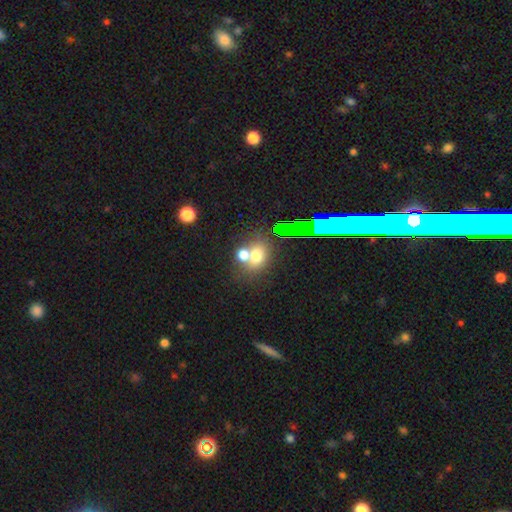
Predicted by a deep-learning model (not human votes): This appears to be a smooth galaxy with no disk features (66%) that is round (55%). Merging: merger (46%).